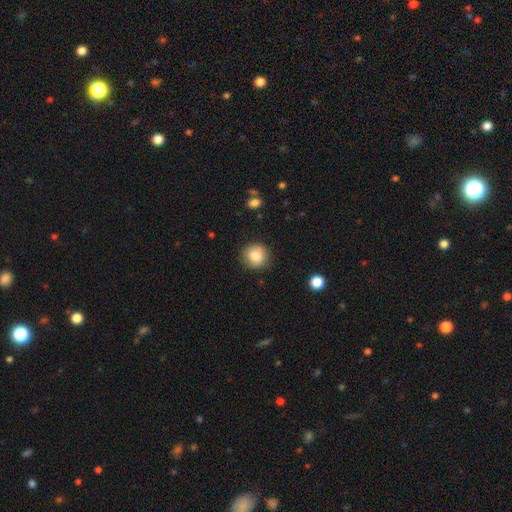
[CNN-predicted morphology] Smooth or featured? Predicted: smooth (p=0.86). How rounded? Predicted: round (p=0.88). Merging? Predicted: none (p=0.86).